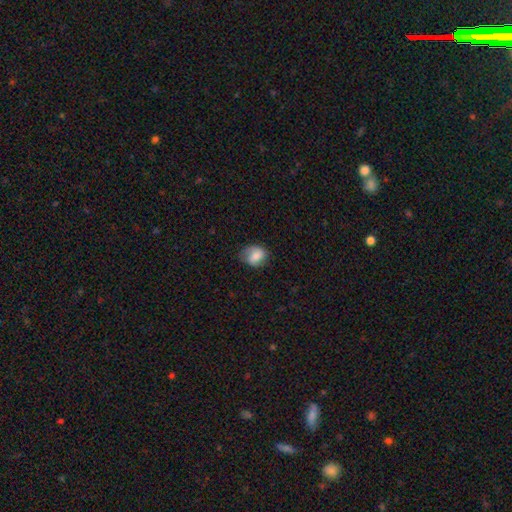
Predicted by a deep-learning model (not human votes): Smooth or featured: smooth — 74% (featured or disk — 18%)
How rounded: in between — 51% (round — 48%)
Merging: none — 59% (minor disturbance — 29%)